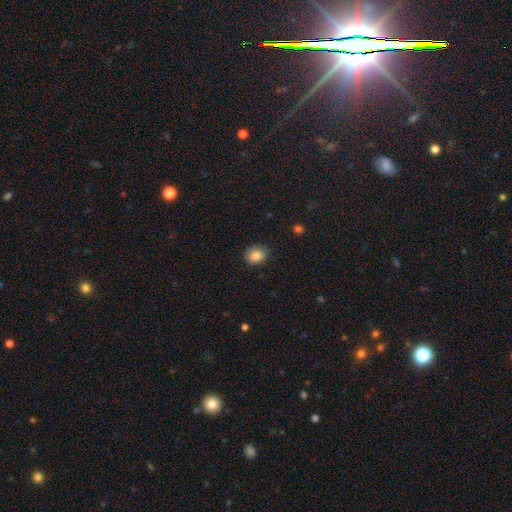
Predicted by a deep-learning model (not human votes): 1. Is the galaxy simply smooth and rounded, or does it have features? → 84% smooth, 9% star or artifact, 7% featured or disk.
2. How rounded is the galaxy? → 56% round, 44% in between, 1% cigar-shaped.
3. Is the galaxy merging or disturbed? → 81% none, 15% minor disturbance, 3% major disturbance, 1% merger.